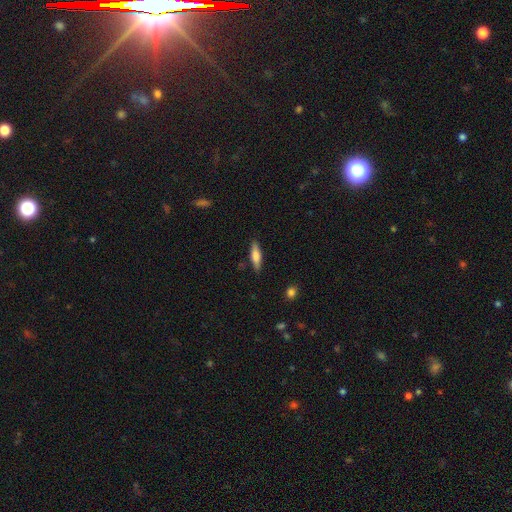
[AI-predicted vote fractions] Q: Smooth or featured?
A: smooth (69%); runner-up: featured or disk (25%)
Q: How rounded?
A: cigar-shaped (65%); runner-up: in between (33%)
Q: Merging?
A: none (85%); runner-up: minor disturbance (11%)